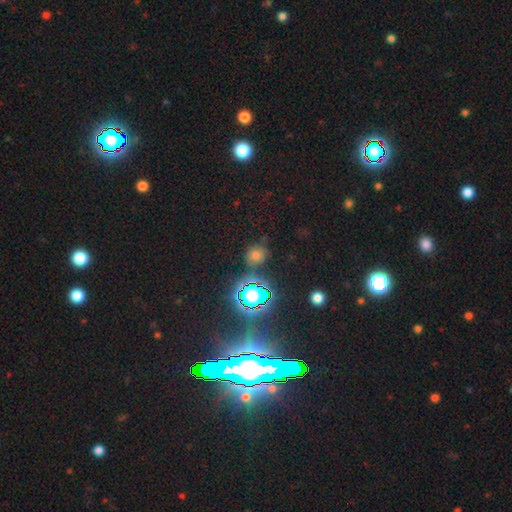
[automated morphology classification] type=smooth (51%); roundness=round (85%); merging=none (81%).